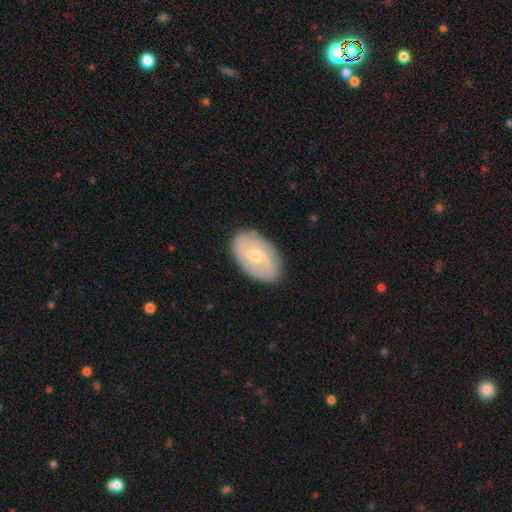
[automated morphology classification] The model was most divided on "bulge size": moderate: 49%, small: 46%, large: 2%, none: 2%, dominant: 1%. Remaining: edge-on disk — no (95%); merging — none (84%); spiral arms — yes (84%); smooth or featured — featured or disk (65%); spiral arm count — 2 (63%); bar — weak (48%); spiral winding — medium (40%).